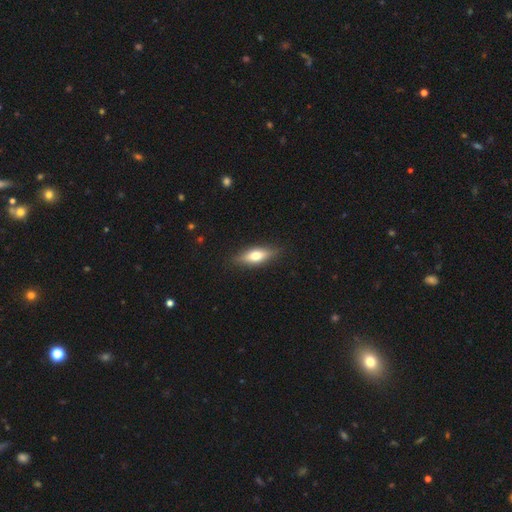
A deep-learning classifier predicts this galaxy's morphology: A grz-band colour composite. It shows a smooth galaxy with no disk features (59%) that is in between round and cigar-shaped (59%). Merging: none (87%).